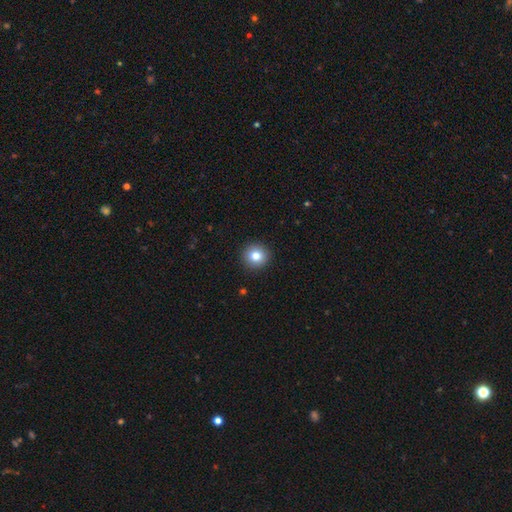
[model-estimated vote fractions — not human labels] Smooth or featured? Predicted: smooth (p=0.81). How rounded? Predicted: round (p=0.93). Merging? Predicted: none (p=0.92).